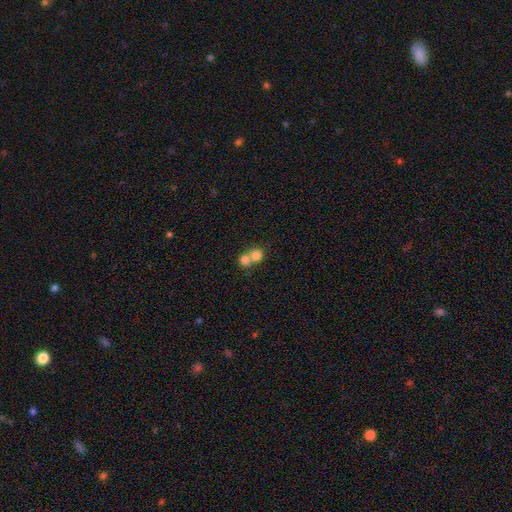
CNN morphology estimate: A smooth galaxy with no disk features (77%) that is round (81%). Merging: merger (65%).